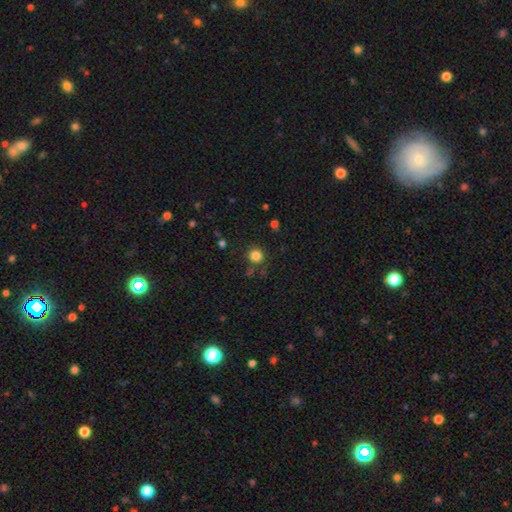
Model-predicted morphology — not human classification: smooth 82%, star or artifact 13%, featured or disk 5%. Down the decision tree: how rounded — round (93%); merging — none (85%).